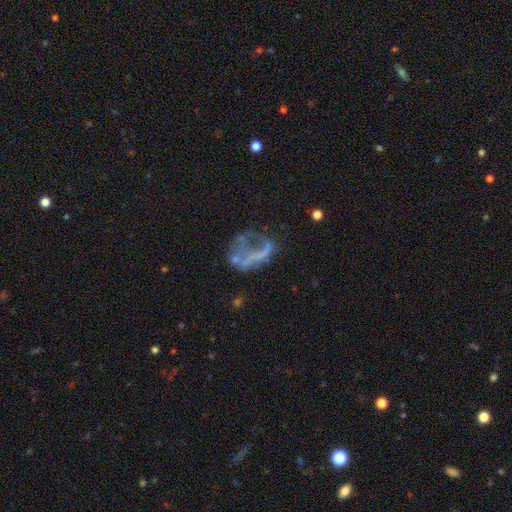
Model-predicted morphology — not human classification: This appears to be a featured or disk galaxy (56%) with no bar (80%), no spiral arms (87%) and no central bulge (82%). Merging: major disturbance (41%).